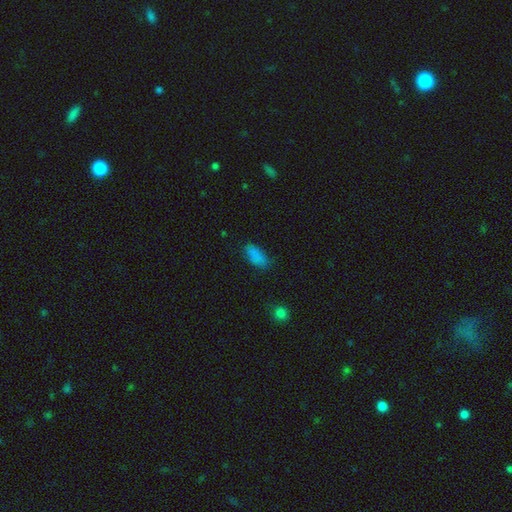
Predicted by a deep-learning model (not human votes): A smooth galaxy with no disk features (84%) that is in between round and cigar-shaped (86%). Merging: none (75%).